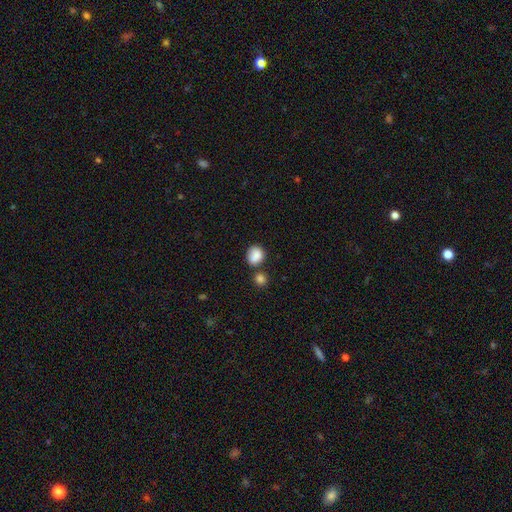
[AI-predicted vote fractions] smooth 86%, star or artifact 9%, featured or disk 5%. Down the decision tree: how rounded — round (69%); merging — none (60%).